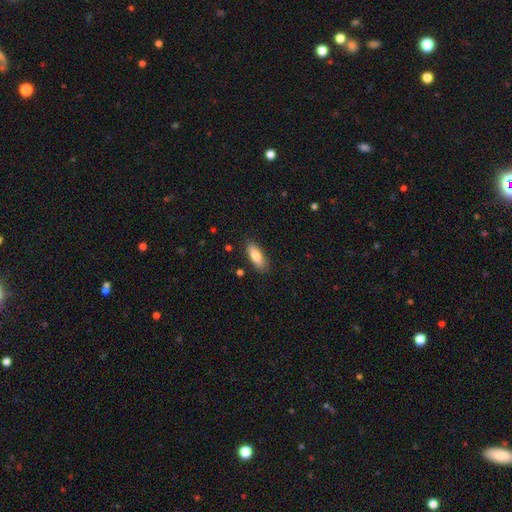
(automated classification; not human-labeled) Overall: smooth (81%). How rounded: in between (72%). Merging: none (85%).